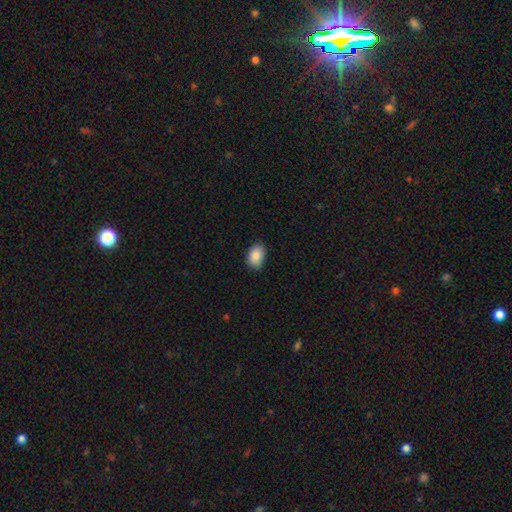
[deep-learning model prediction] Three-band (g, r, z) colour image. It shows a smooth galaxy with no disk features (88%) that is in between round and cigar-shaped (86%). Merging: none (85%).